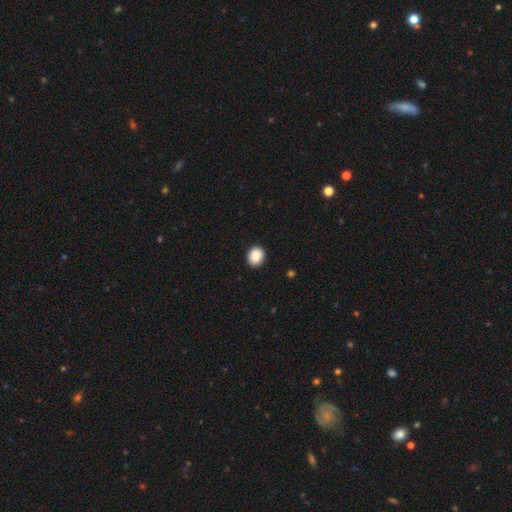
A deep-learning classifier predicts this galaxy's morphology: A smooth galaxy with no disk features (89%) that is round (58%).

Vote fractions:
- Smooth or featured? smooth: 89% / star or artifact: 8% / featured or disk: 3%
- How rounded? round: 58% / in between: 41% / cigar-shaped: 1%
- Merging? none: 90% / minor disturbance: 8% / major disturbance: 2% / merger: 1%